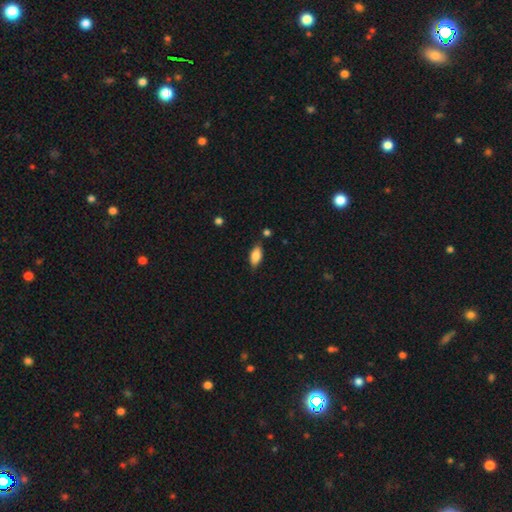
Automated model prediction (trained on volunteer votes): Overall: smooth (83%). How rounded: in between (89%). Merging: none (80%).